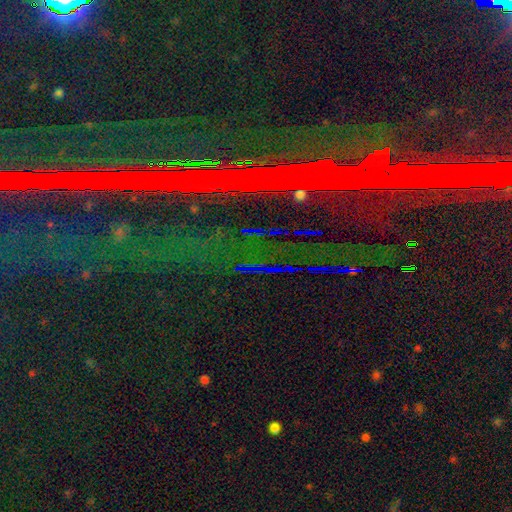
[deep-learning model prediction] smooth-or-featured: star or artifact: 86% | featured or disk: 8% | smooth: 6%